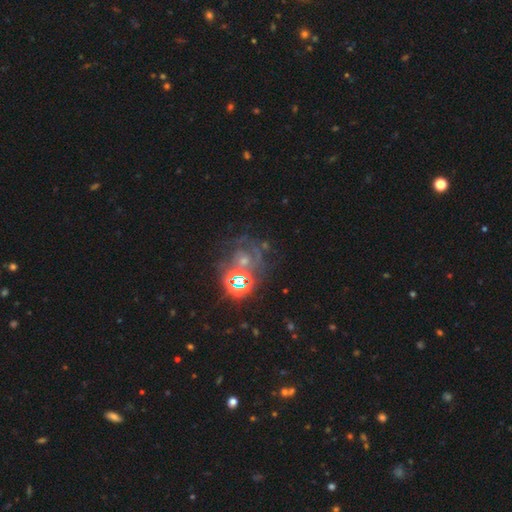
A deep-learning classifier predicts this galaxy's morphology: This appears to be a star or artifact, not a galaxy (44%).